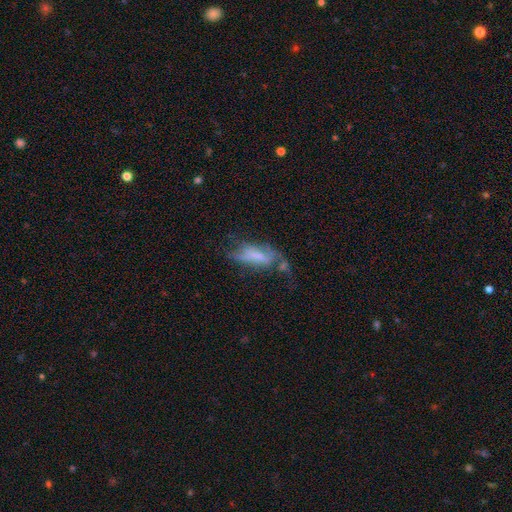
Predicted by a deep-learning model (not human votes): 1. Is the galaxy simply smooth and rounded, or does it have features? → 47% featured or disk, 43% smooth, 10% star or artifact.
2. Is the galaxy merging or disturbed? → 36% major disturbance, 29% none, 23% minor disturbance, 12% merger.